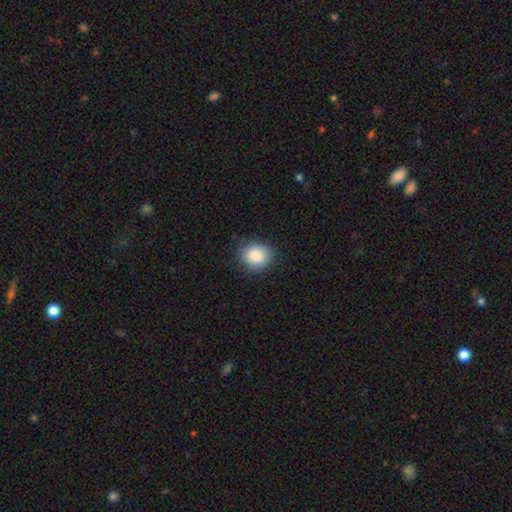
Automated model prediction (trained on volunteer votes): Smooth or featured? smooth (86%)
How rounded? round (71%)
Merging? none (84%)